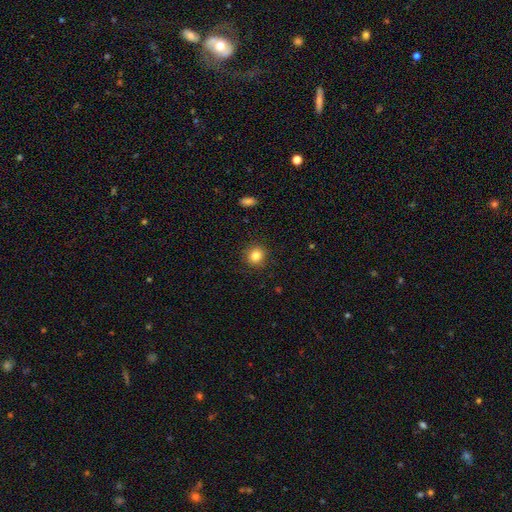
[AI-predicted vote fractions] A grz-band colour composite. It shows a smooth galaxy with no disk features (84%) that is round (88%). Merging: none (89%).